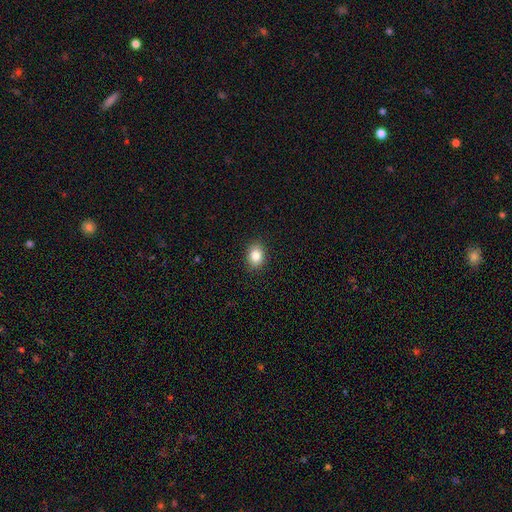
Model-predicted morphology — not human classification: smooth_or_featured: smooth (p=0.85) [alt: star or artifact p=0.09]
how_rounded: in between (p=0.59) [alt: round p=0.40]
merging: none (p=0.89) [alt: minor disturbance p=0.08]